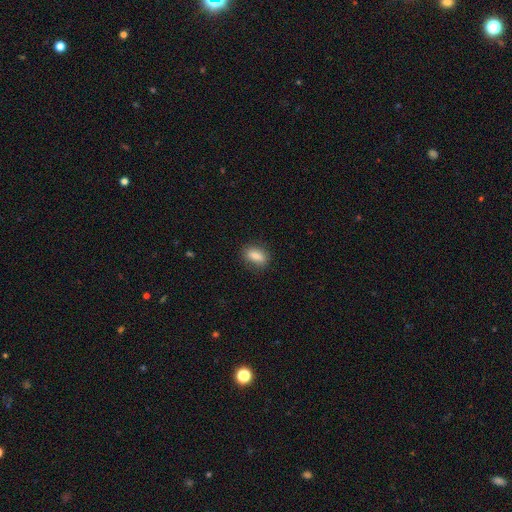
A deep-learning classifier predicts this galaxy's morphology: A smooth galaxy with no disk features (81%) that is in between round and cigar-shaped (77%). Merging: none (83%).